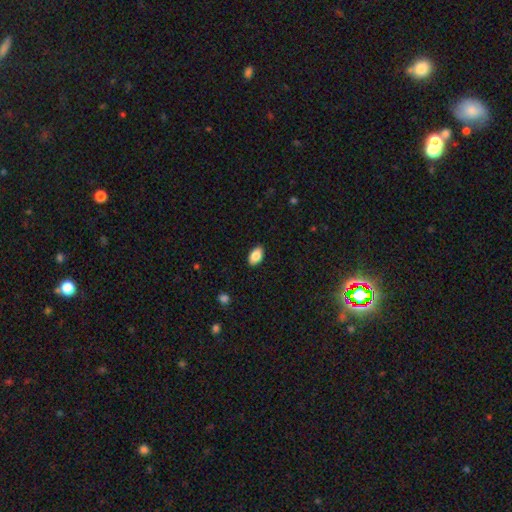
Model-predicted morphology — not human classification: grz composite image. It shows a smooth galaxy with no disk features (87%) that is in between round and cigar-shaped (93%). Merging: none (88%).